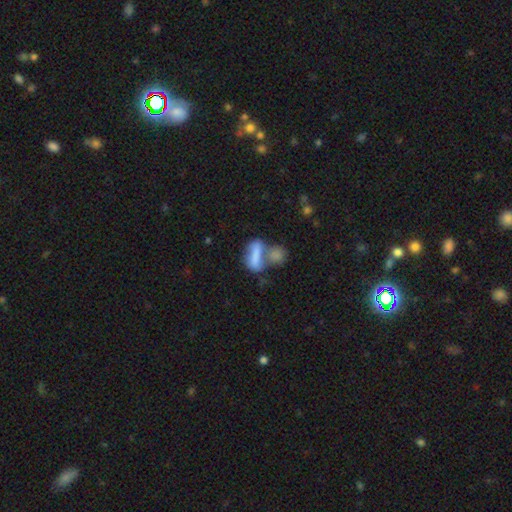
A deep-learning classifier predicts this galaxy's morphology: type=smooth (70%); roundness=in between (70%); merging=merger (59%).